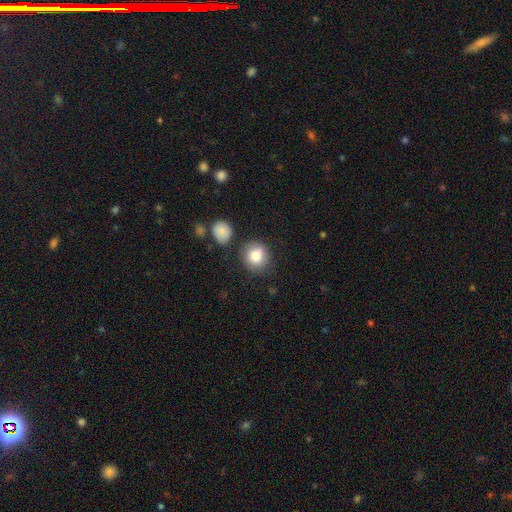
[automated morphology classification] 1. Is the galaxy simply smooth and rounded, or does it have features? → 82% smooth, 9% featured or disk, 9% star or artifact.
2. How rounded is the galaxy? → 85% round, 14% in between, 1% cigar-shaped.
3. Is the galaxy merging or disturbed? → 76% none, 14% minor disturbance, 6% merger, 4% major disturbance.